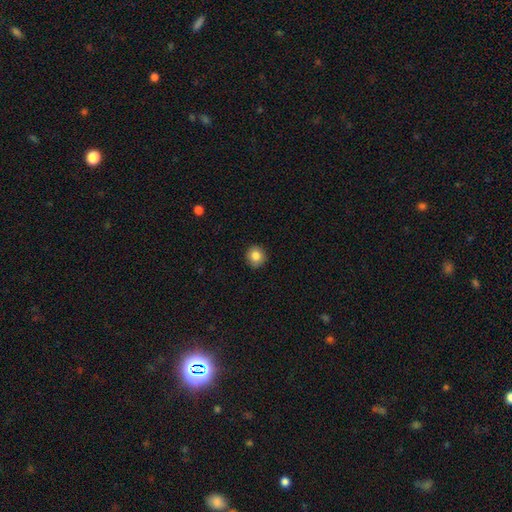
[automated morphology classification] Smooth or featured? Predicted: smooth (p=0.84). How rounded? Predicted: round (p=0.90). Merging? Predicted: none (p=0.91).